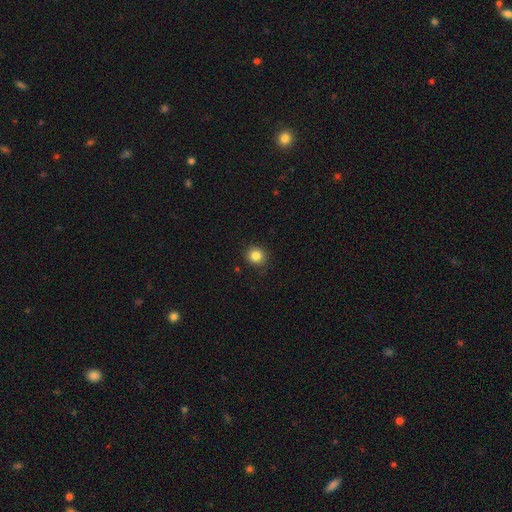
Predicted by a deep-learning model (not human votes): A smooth galaxy with no disk features (84%) that is round (91%). Merging: none (90%).